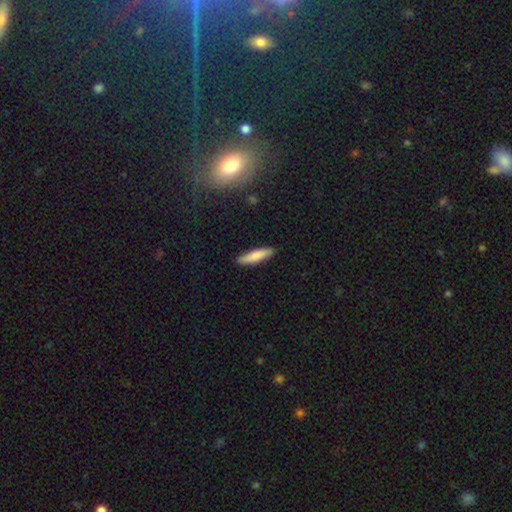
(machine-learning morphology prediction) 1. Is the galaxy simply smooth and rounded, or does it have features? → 81% smooth, 14% featured or disk, 6% star or artifact.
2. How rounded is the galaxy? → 82% cigar-shaped, 17% in between, 1% round.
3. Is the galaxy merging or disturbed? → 89% none, 8% minor disturbance, 2% major disturbance, 1% merger.